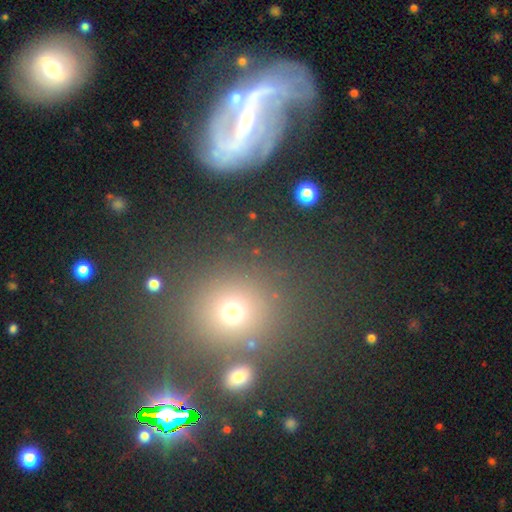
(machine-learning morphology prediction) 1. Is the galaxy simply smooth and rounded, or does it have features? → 44% smooth, 31% featured or disk, 26% star or artifact.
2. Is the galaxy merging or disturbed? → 73% none, 12% minor disturbance, 8% major disturbance, 6% merger.